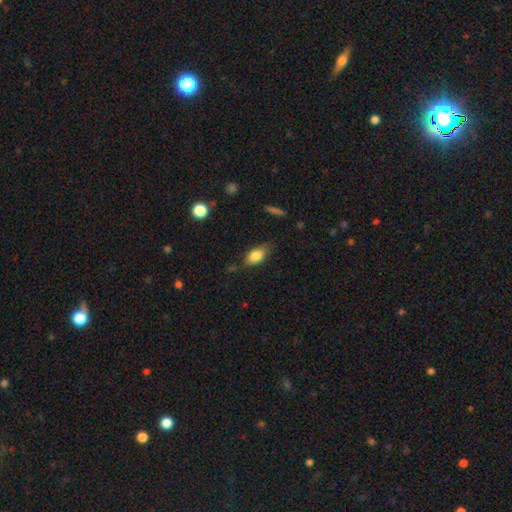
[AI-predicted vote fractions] A smooth galaxy with no disk features (83%) that is in between round and cigar-shaped (87%). Merging: none (72%).